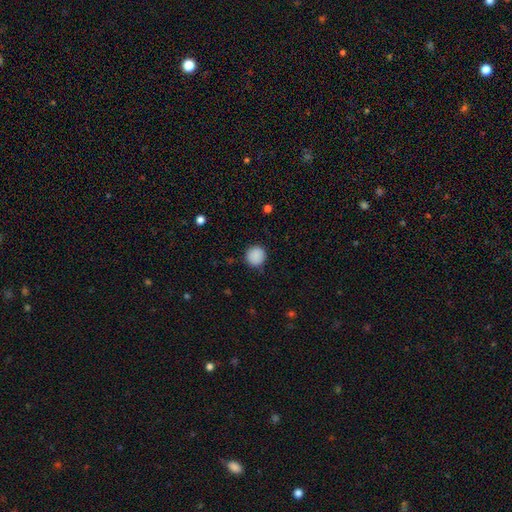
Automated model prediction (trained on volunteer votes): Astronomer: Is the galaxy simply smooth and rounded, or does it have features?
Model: smooth — 88%.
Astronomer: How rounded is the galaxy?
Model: round — 93%.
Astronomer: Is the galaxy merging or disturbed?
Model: none — 87%.